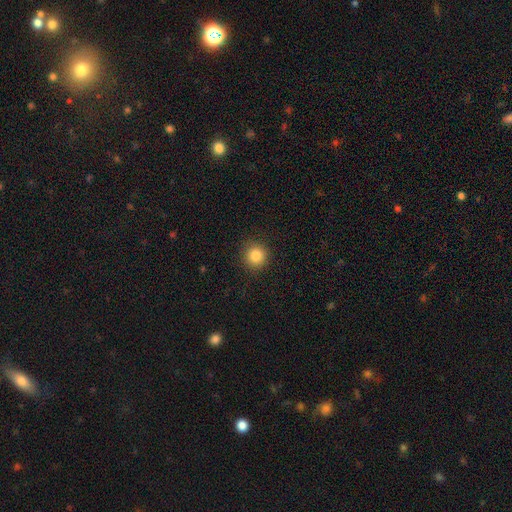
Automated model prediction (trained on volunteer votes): A smooth galaxy with no disk features (84%) that is round (94%). Merging: none (91%).